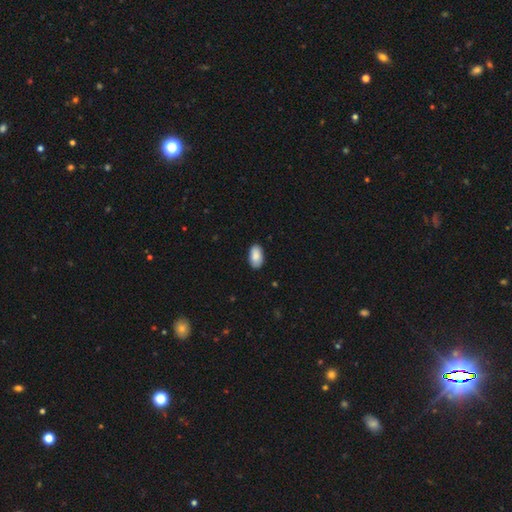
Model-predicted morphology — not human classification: Q: Smooth or featured?
A: smooth (87%); runner-up: featured or disk (6%)
Q: How rounded?
A: in between (95%); runner-up: round (3%)
Q: Merging?
A: none (86%); runner-up: minor disturbance (12%)